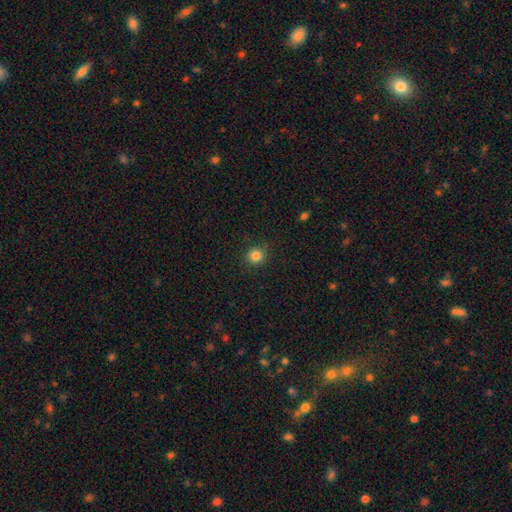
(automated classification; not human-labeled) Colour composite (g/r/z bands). It shows a smooth galaxy with no disk features (84%) that is round (92%). Merging: none (88%).